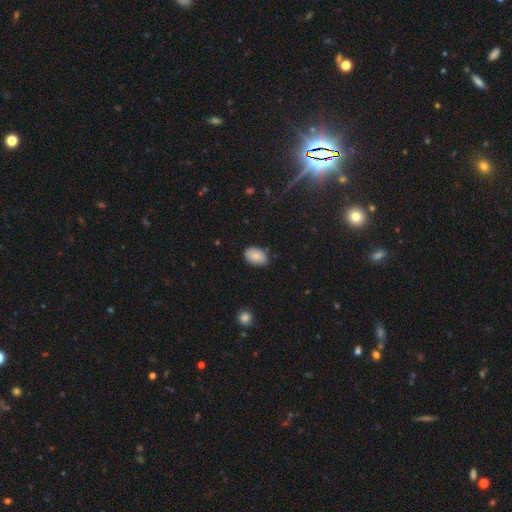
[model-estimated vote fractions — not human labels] smooth 84%, featured or disk 9%, star or artifact 7%. Down the decision tree: how rounded — in between (85%); merging — none (76%).